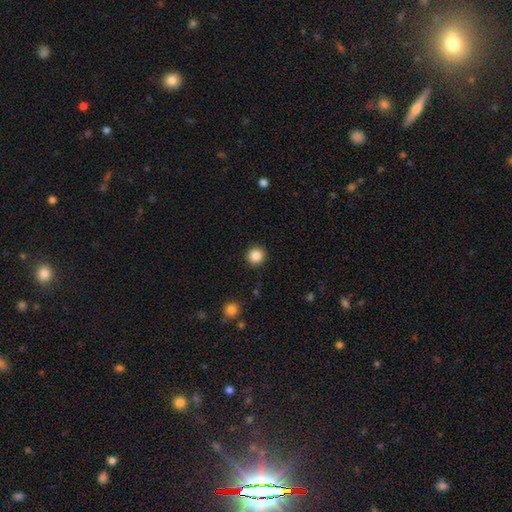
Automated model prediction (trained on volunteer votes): Overall: smooth (87%). How rounded: round (94%). Merging: none (91%).